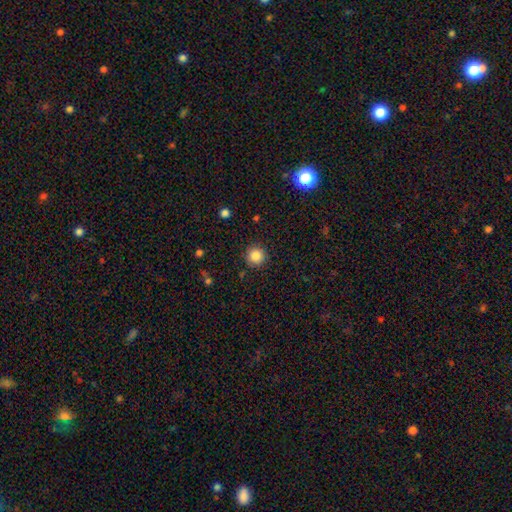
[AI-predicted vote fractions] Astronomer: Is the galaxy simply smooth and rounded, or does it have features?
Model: smooth — 85%.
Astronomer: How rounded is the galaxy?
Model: round — 95%.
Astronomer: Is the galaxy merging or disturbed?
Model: none — 90%.